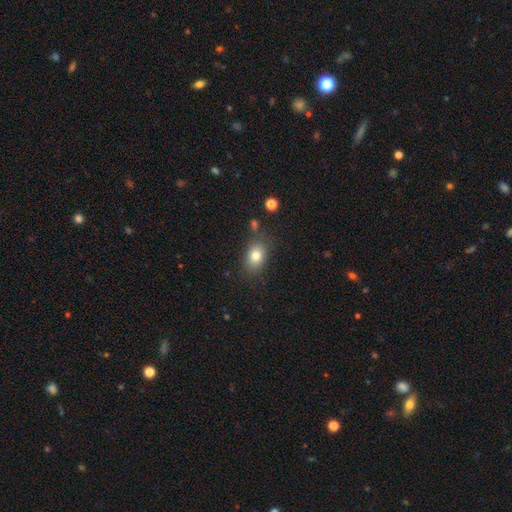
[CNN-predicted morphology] A smooth galaxy with no disk features (79%) that is in between round and cigar-shaped (73%). Merging: none (76%).